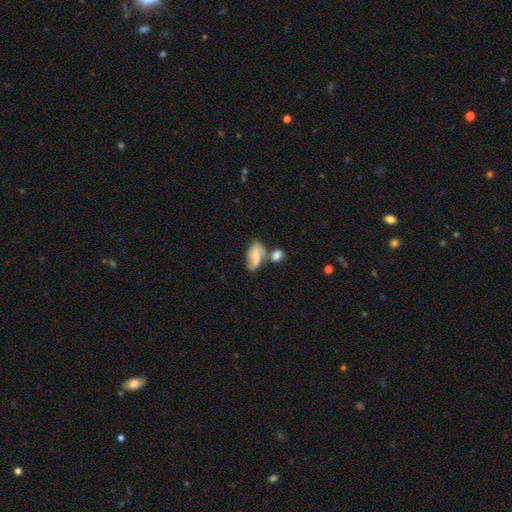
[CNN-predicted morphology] Smooth or featured? smooth (47%)
Merging? merger (37%)